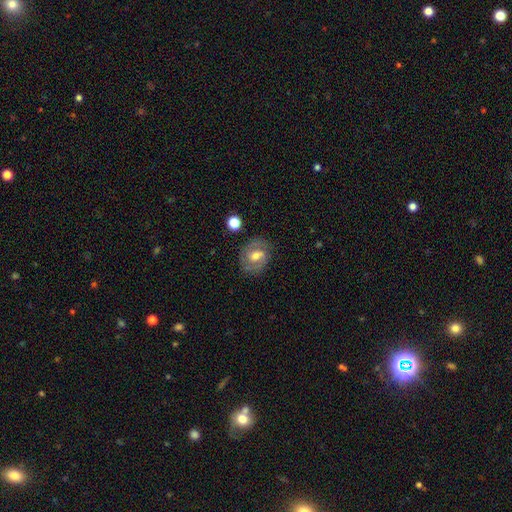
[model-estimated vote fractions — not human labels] The model was most divided on "spiral winding": medium: 46%, tight: 42%, loose: 13%. More confident: edge-on disk — no (97%); spiral arms — yes (84%); spiral arm count — 2 (82%); merging — none (78%); smooth or featured — featured or disk (68%); bulge size — moderate (66%); bar — weak (51%).